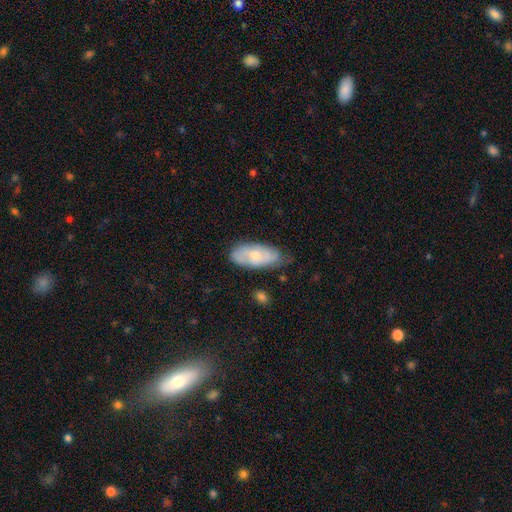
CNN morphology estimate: smooth_or_featured: smooth (p=0.53) [alt: featured or disk p=0.41]
how_rounded: in between (p=0.87) [alt: cigar-shaped p=0.10]
merging: none (p=0.66) [alt: minor disturbance p=0.27]